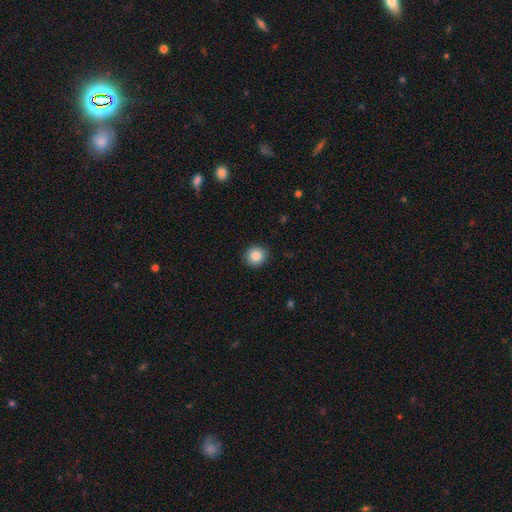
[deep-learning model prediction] Smooth or featured?
  - smooth: 86% *
  - star or artifact: 9%
  - featured or disk: 5%
How rounded?
  - round: 91% *
  - in between: 8%
  - cigar-shaped: 1%
Merging?
  - none: 91% *
  - minor disturbance: 6%
  - major disturbance: 2%
  - merger: 1%